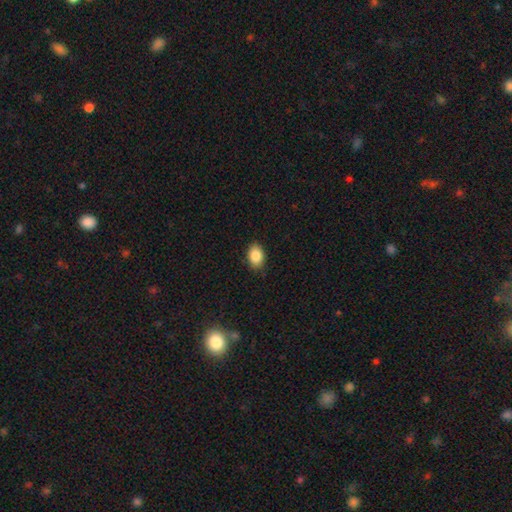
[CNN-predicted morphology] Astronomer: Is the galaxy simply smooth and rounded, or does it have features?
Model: smooth — 87%.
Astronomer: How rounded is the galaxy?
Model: in between — 82%.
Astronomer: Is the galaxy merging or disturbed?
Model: none — 87%.